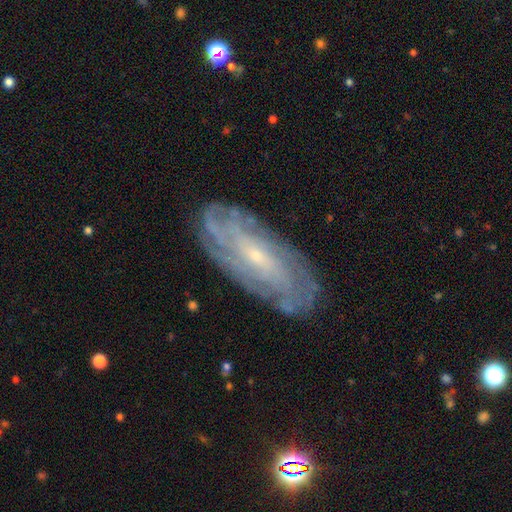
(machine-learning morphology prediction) Smooth or featured: featured or disk — 81% (smooth — 12%)
Edge-on disk: no — 89% (yes — 11%)
Bar: no — 60% (weak — 30%)
Spiral arms: yes — 91% (no — 9%)
Spiral winding: tight — 75% (medium — 19%)
Spiral arm count: can't tell — 50% (4 — 15%)
Bulge size: small — 82% (moderate — 14%)
Merging: none — 82% (minor disturbance — 13%)